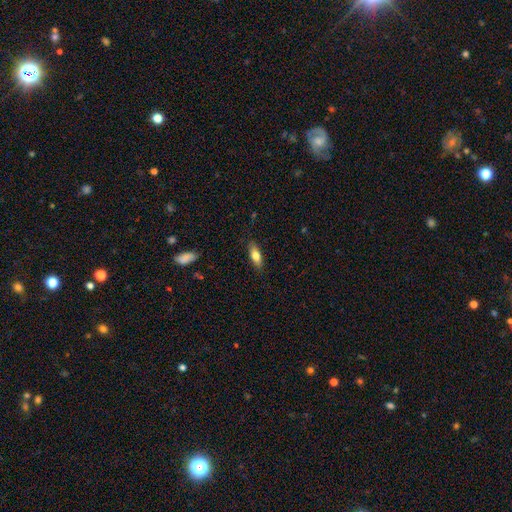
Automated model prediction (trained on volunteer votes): smooth-or-featured: smooth: 74% | featured or disk: 19% | star or artifact: 6%
  how-rounded: in between: 66% | cigar-shaped: 32% | round: 3%
  merging: none: 86% | minor disturbance: 11% | major disturbance: 2% | merger: 1%